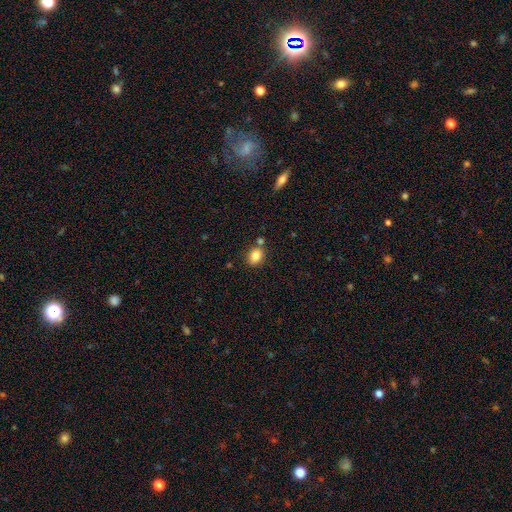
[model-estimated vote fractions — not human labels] Smooth or featured? smooth (84%)
How rounded? in between (66%)
Merging? none (72%)